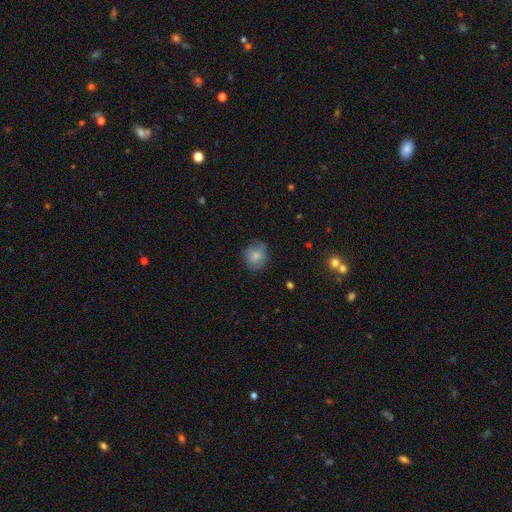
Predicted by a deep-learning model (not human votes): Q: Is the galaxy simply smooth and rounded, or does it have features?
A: smooth — 79%.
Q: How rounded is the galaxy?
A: round — 85%.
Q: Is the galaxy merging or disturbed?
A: none — 74%.